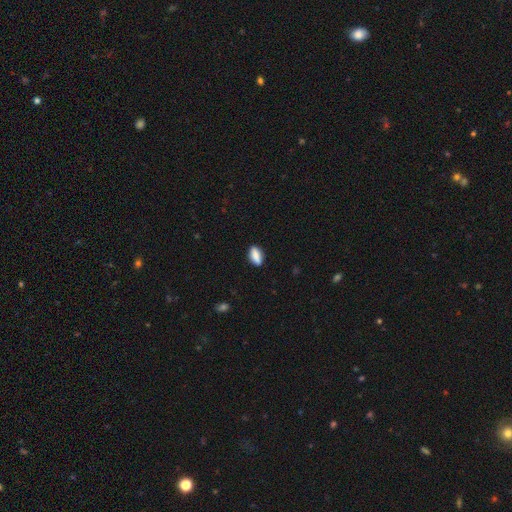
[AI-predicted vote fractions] Morphology: type=smooth (86%); roundness=in between (82%); merging=none (87%).